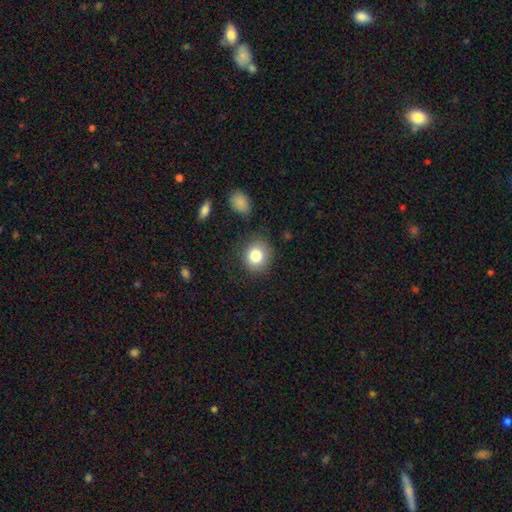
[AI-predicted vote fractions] A smooth galaxy with no disk features (81%) that is round (78%). Merging: none (83%).